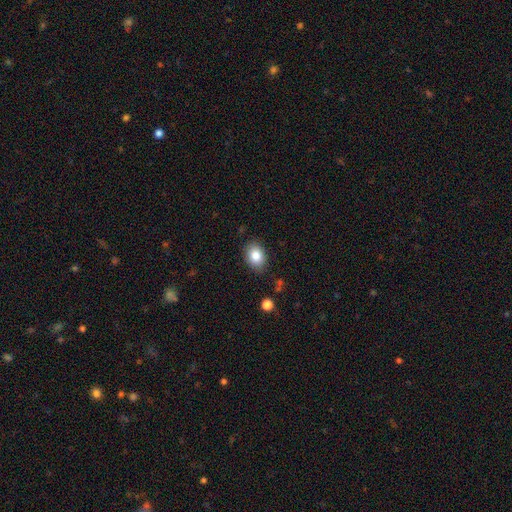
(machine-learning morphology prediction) Smooth or featured: smooth — 84% (star or artifact — 8%)
How rounded: in between — 69% (round — 30%)
Merging: none — 83% (minor disturbance — 12%)